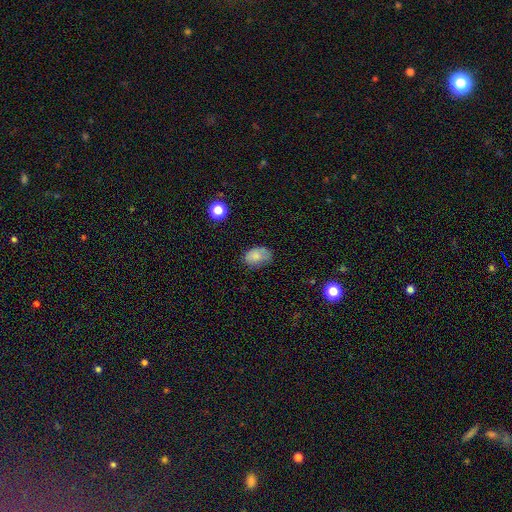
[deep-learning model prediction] Smooth or featured? Predicted: smooth (p=0.80). How rounded? Predicted: in between (p=0.86). Merging? Predicted: none (p=0.63).